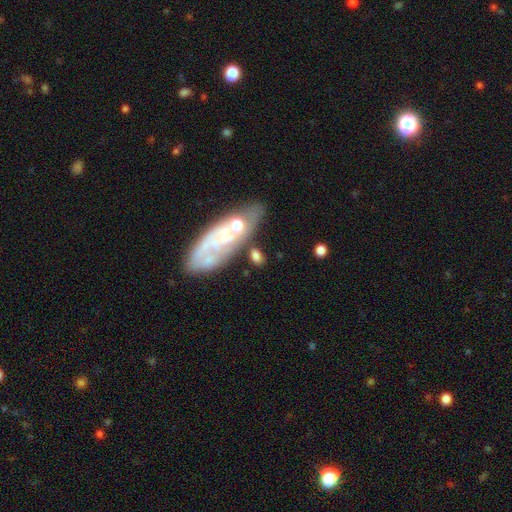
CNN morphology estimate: Smooth or featured? Predicted: smooth (p=0.63). How rounded? Predicted: in between (p=0.72). Merging? Predicted: none (p=0.60).